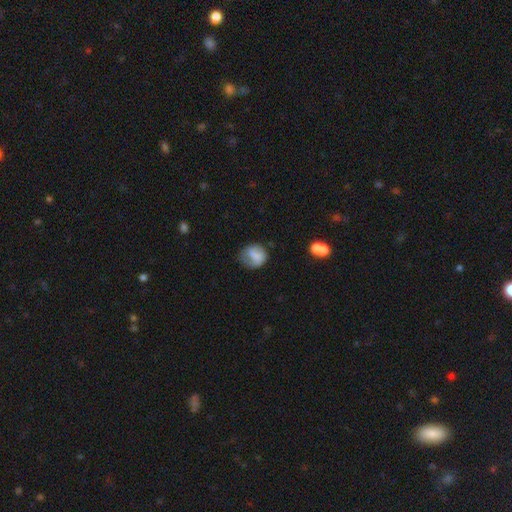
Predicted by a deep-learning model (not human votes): Q: Smooth or featured?
A: smooth (67%); runner-up: featured or disk (25%)
Q: How rounded?
A: round (68%); runner-up: in between (31%)
Q: Merging?
A: none (50%); runner-up: minor disturbance (30%)